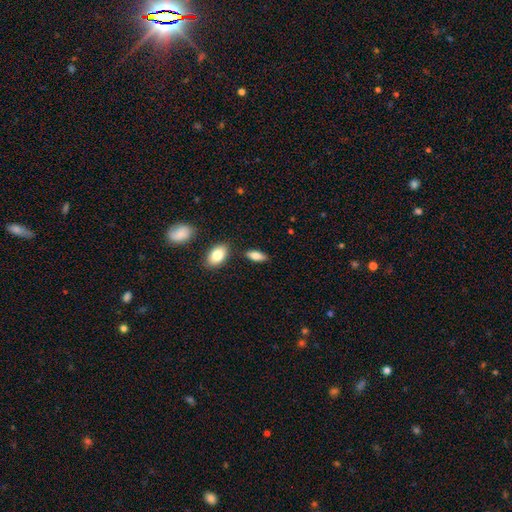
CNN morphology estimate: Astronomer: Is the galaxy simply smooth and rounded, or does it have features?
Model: smooth — 80%.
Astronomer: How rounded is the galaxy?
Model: in between — 81%.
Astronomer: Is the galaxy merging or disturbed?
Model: none — 82%.